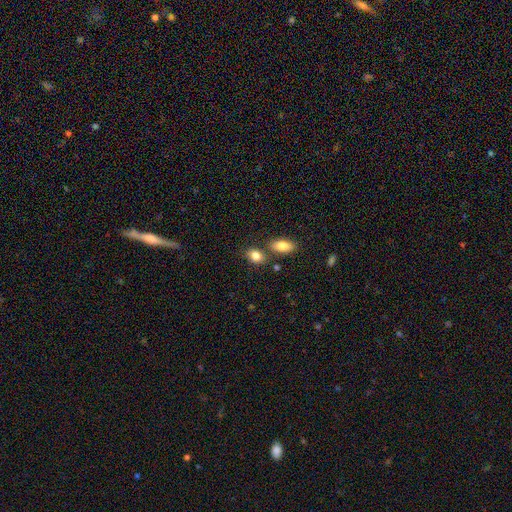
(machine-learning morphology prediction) smooth_or_featured: smooth (p=0.84) [alt: star or artifact p=0.09]
how_rounded: in between (p=0.75) [alt: round p=0.23]
merging: none (p=0.63) [alt: merger p=0.20]